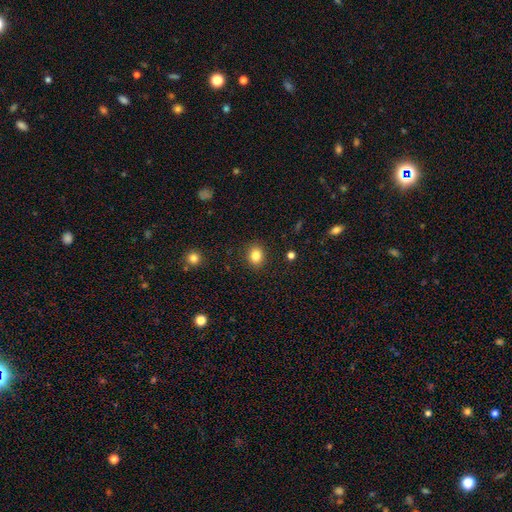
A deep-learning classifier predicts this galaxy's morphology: Overall: smooth (83%). How rounded: round (61%; in between 38%). Merging: none (89%).